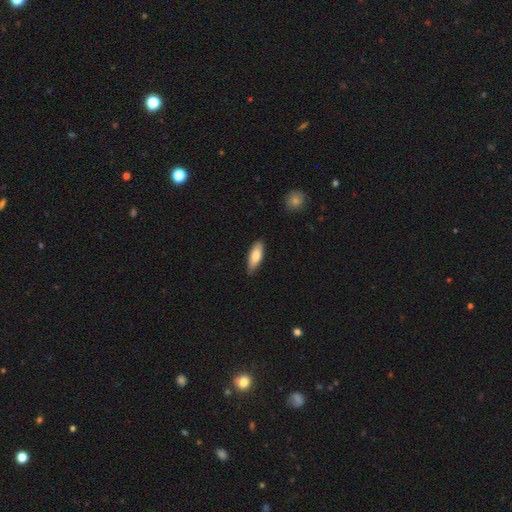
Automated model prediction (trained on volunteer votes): Smooth or featured?
  - smooth: 79% *
  - featured or disk: 16%
  - star or artifact: 5%
How rounded?
  - in between: 63% *
  - cigar-shaped: 36%
  - round: 2%
Merging?
  - none: 82% *
  - minor disturbance: 15%
  - major disturbance: 2%
  - merger: 1%